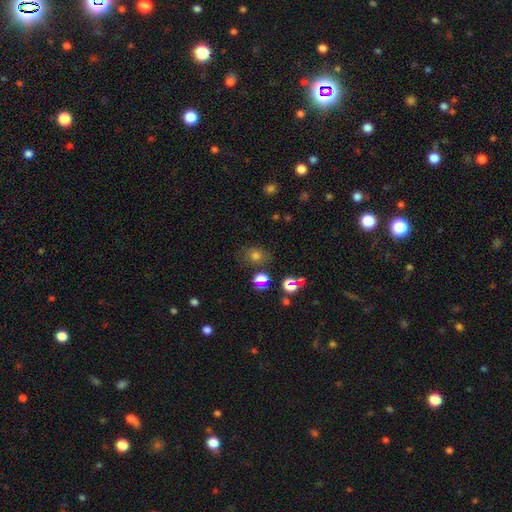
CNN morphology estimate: A smooth galaxy with no disk features (67%) that is round (53%). Merging: none (72%).